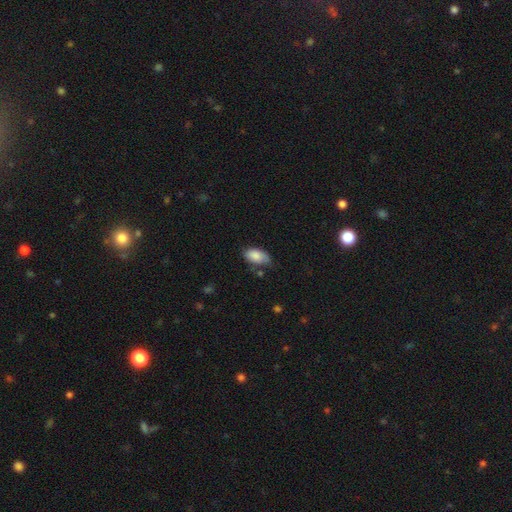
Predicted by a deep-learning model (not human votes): Q: Smooth or featured?
A: smooth (84%); runner-up: featured or disk (9%)
Q: How rounded?
A: in between (94%); runner-up: round (4%)
Q: Merging?
A: none (58%); runner-up: minor disturbance (32%)